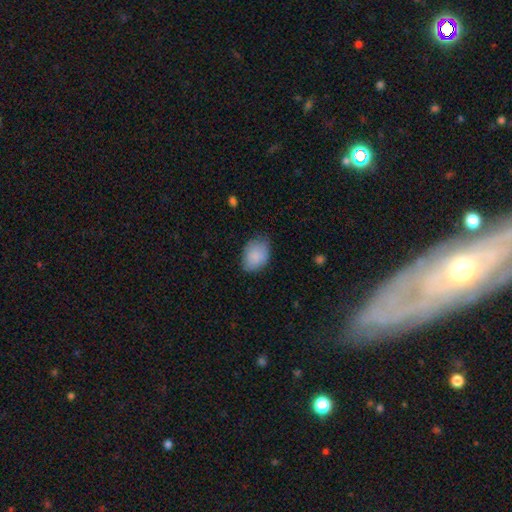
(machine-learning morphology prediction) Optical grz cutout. It shows a smooth galaxy with no disk features (87%) that is in between round and cigar-shaped (78%). Merging: none (68%).